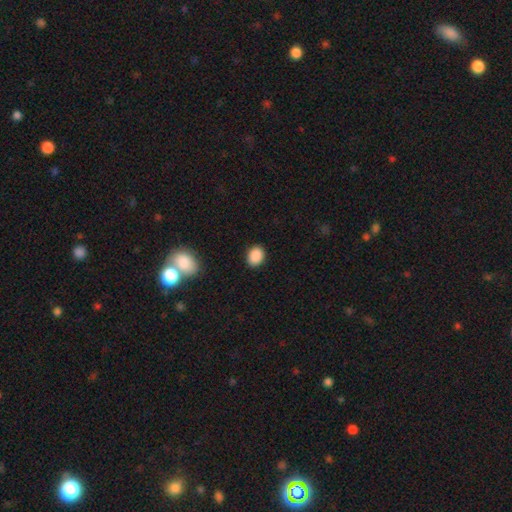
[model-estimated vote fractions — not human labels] A smooth galaxy with no disk features (88%) that is in between round and cigar-shaped (59%). Merging: none (89%).